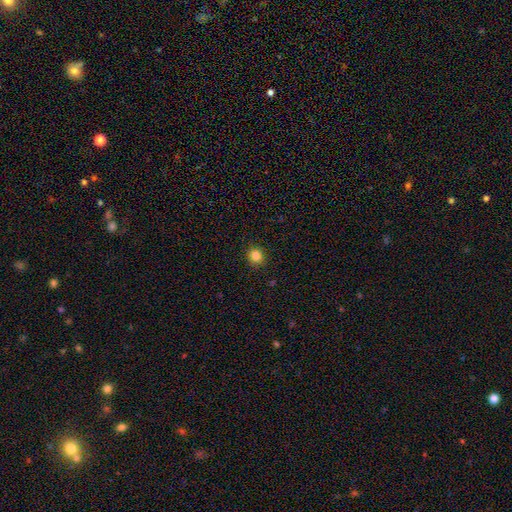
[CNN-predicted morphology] Smooth or featured: smooth — 84% (star or artifact — 12%)
How rounded: round — 87% (in between — 13%)
Merging: none — 91% (minor disturbance — 6%)